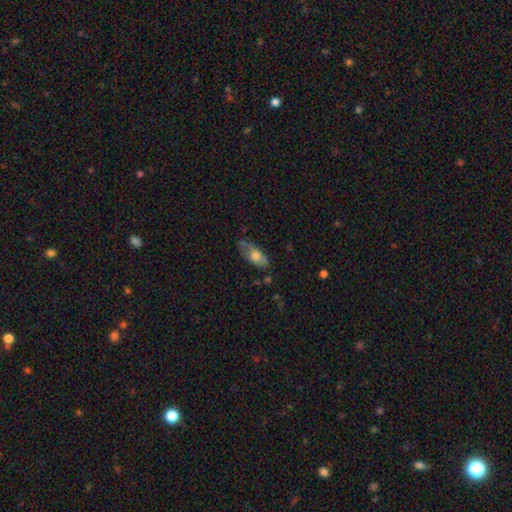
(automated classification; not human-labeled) A smooth galaxy with no disk features (63%) that is in between round and cigar-shaped (81%).

Vote fractions:
- Smooth or featured? smooth: 63% / featured or disk: 30% / star or artifact: 7%
- How rounded? in between: 81% / cigar-shaped: 15% / round: 4%
- Merging? none: 59% / minor disturbance: 27% / major disturbance: 9% / merger: 5%